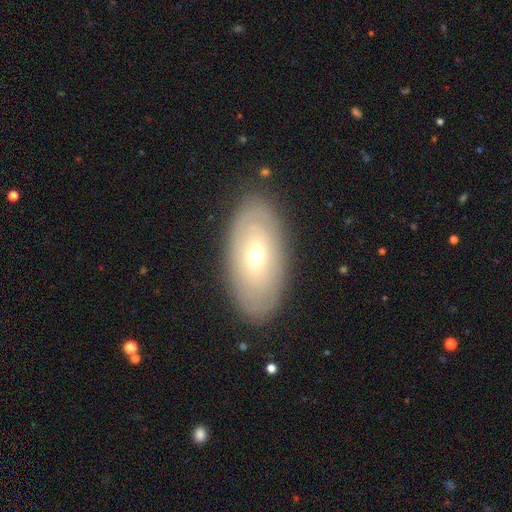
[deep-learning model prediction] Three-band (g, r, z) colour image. It shows a featured or disk galaxy (53%). Merging: none (85%).